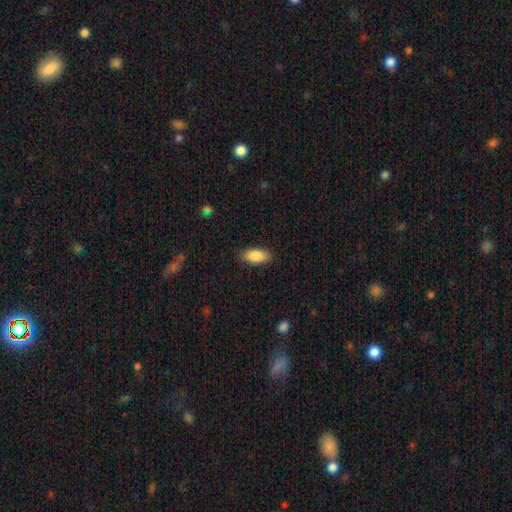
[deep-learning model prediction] smooth_or_featured: smooth (p=0.86) [alt: featured or disk p=0.07]
how_rounded: in between (p=0.87) [alt: cigar-shaped p=0.10]
merging: none (p=0.86) [alt: minor disturbance p=0.11]